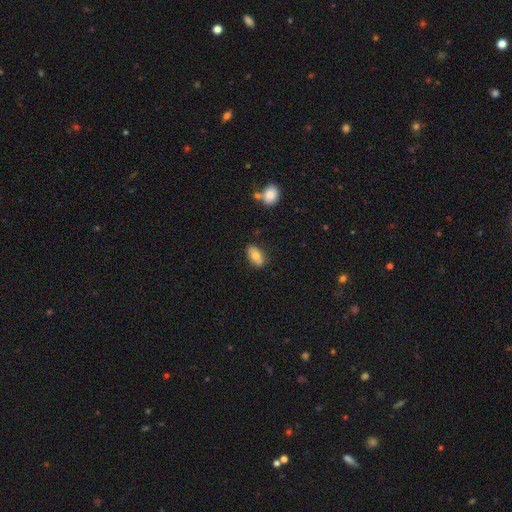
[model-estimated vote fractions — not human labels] Smooth or featured?
  - smooth: 71% *
  - featured or disk: 21%
  - star or artifact: 8%
How rounded?
  - in between: 90% *
  - round: 7%
  - cigar-shaped: 3%
Merging?
  - none: 80% *
  - minor disturbance: 14%
  - merger: 4%
  - major disturbance: 3%